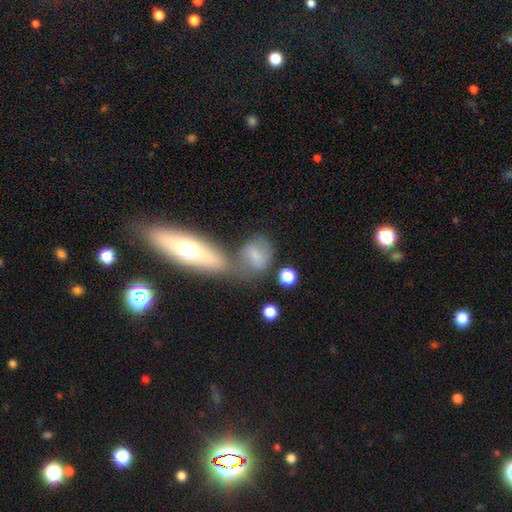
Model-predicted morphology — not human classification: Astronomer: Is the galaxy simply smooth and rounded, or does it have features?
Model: smooth — 69%.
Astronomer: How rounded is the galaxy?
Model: in between — 58% (runner-up: round, 37%).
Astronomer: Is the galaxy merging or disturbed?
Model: none — 39% (runner-up: merger, 33%).